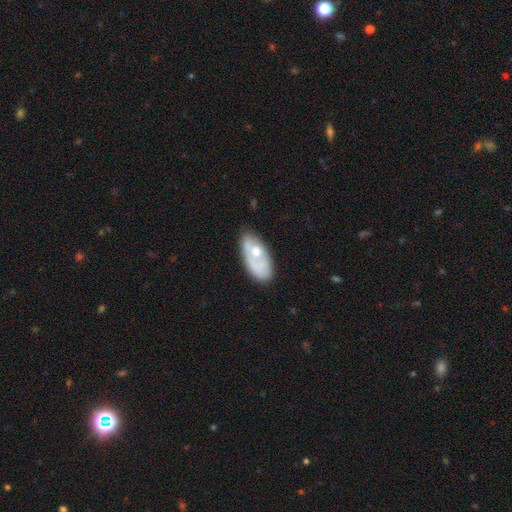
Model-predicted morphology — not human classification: A smooth galaxy with no disk features (47%, tied with featured or disk).

Vote fractions:
- Smooth or featured? smooth: 47% (tied) / featured or disk: 47% (tied) / star or artifact: 6%
- Merging? none: 55% / minor disturbance: 27% / major disturbance: 11% / merger: 6%